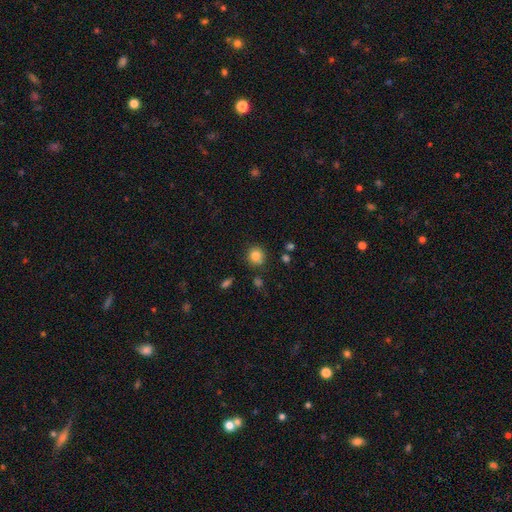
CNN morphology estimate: smooth 85%, star or artifact 11%, featured or disk 5%. Down the decision tree: how rounded — round (88%); merging — none (81%).